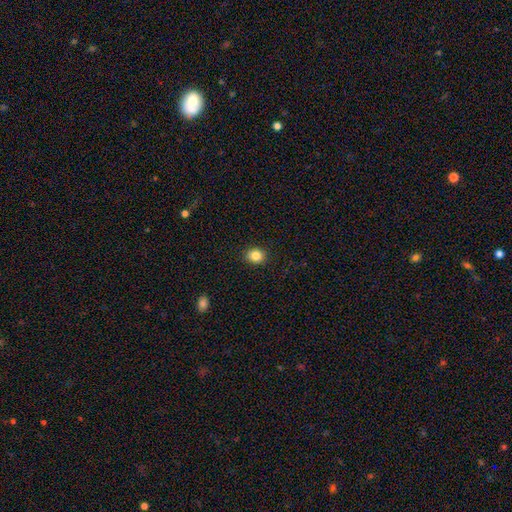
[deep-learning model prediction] Smooth or featured? smooth (84%)
How rounded? round (67%)
Merging? none (90%)